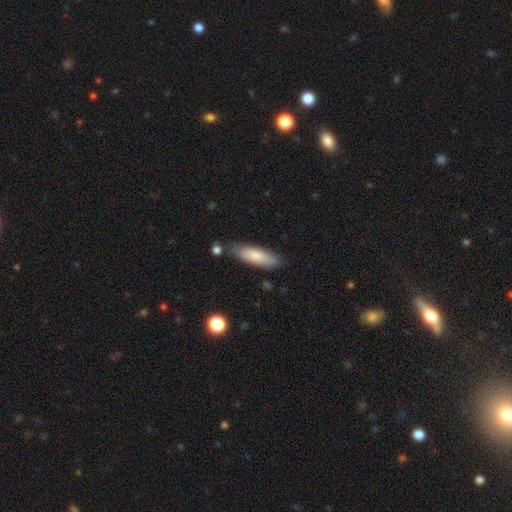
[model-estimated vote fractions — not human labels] The model was most divided on "how rounded": cigar-shaped: 53%, in between: 46%, round: 2%. More confident: smooth or featured — smooth (79%); merging — none (76%).